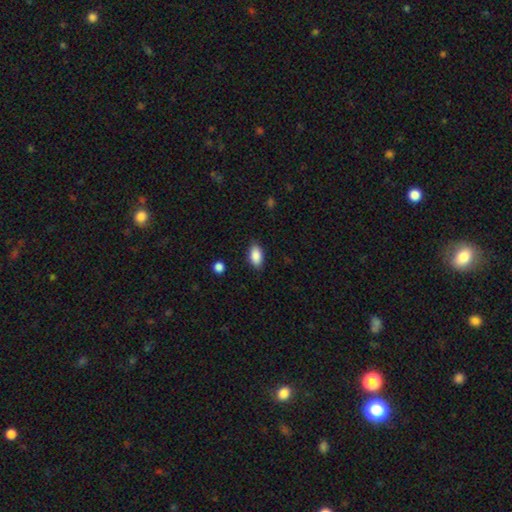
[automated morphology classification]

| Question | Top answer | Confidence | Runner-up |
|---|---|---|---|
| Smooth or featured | smooth | 88% | star or artifact (7%) |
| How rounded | in between | 92% | round (5%) |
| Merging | none | 87% | minor disturbance (10%) |